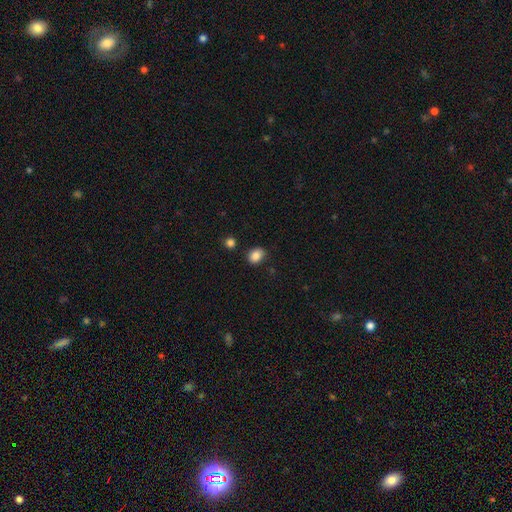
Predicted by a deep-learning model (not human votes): Q: Smooth or featured?
A: smooth (86%); runner-up: star or artifact (9%)
Q: How rounded?
A: in between (59%); runner-up: round (40%)
Q: Merging?
A: none (81%); runner-up: minor disturbance (13%)